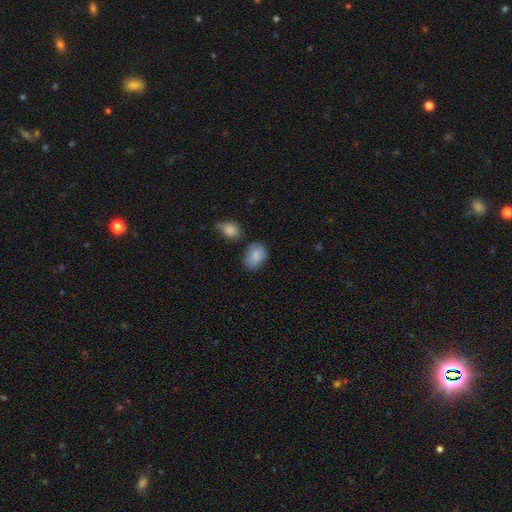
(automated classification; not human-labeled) smooth 83%, featured or disk 10%, star or artifact 7%. Down the decision tree: how rounded — in between (75%); merging — none (59%).